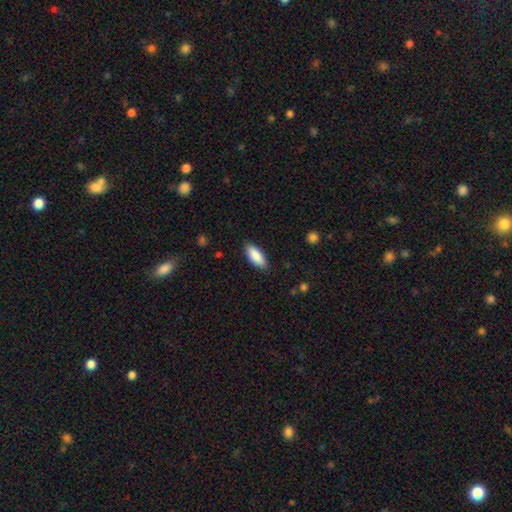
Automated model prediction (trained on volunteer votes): smooth-or-featured: smooth: 89% | star or artifact: 6% | featured or disk: 5%
  how-rounded: in between: 82% | cigar-shaped: 17% | round: 2%
  merging: none: 87% | minor disturbance: 10% | major disturbance: 2% | merger: 1%